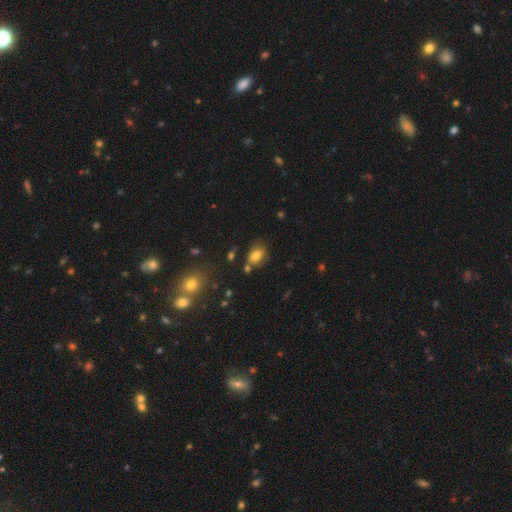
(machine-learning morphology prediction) smooth 79%, star or artifact 11%, featured or disk 9%. Down the decision tree: how rounded — in between (74%); merging — none (69%).